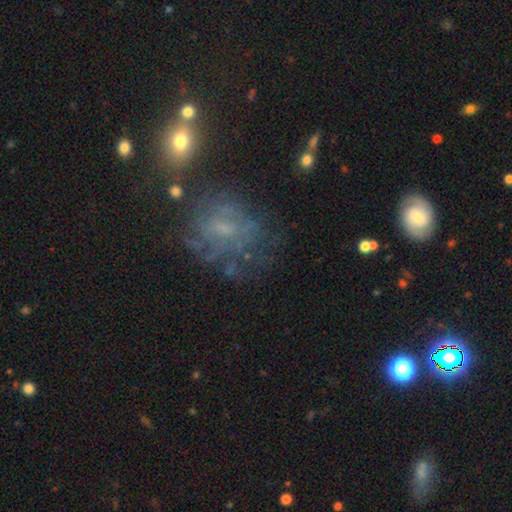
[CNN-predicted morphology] Smooth or featured? featured or disk (41%)
Merging? none (62%)